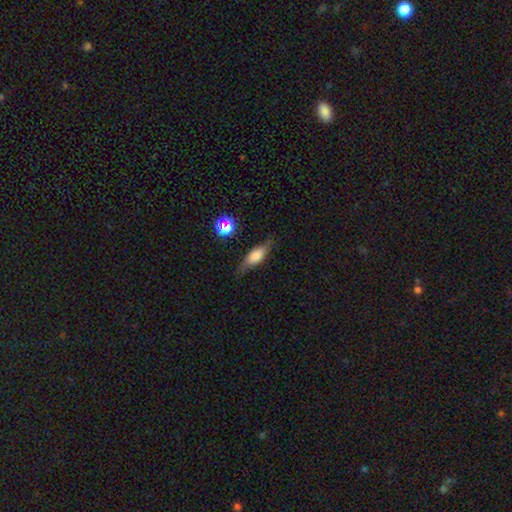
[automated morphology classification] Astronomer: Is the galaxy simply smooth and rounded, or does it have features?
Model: smooth — 57% (runner-up: featured or disk, 34%).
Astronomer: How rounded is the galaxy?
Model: in between — 55% (runner-up: cigar-shaped, 40%).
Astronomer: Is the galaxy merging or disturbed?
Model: none — 75%.